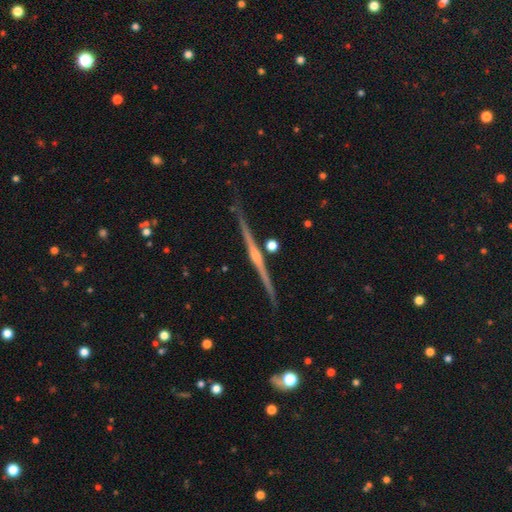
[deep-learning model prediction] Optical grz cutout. It shows a featured or disk galaxy (86%) viewed edge-on (99%) with a rounded central bulge (74%). Merging: none (89%).